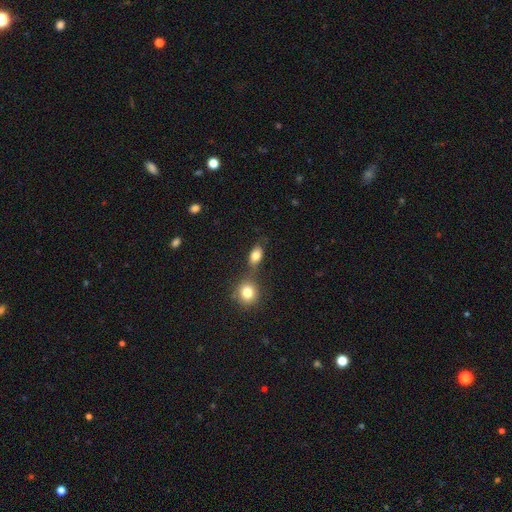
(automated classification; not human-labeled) This is clearly a smooth galaxy (81%). How rounded: likely in between (77%). Merging: possibly none (51%).